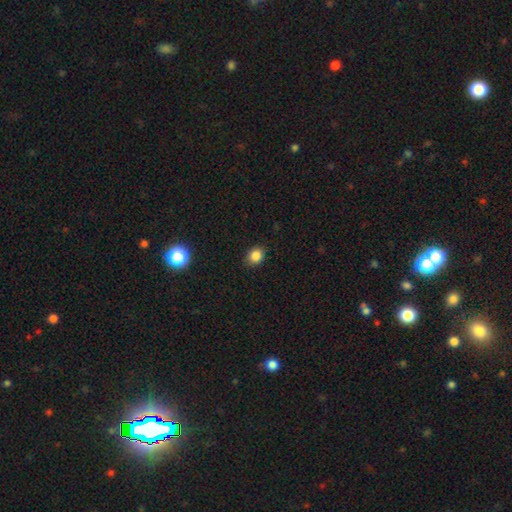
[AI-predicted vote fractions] Smooth or featured? Predicted: smooth (p=0.84). How rounded? Predicted: round (p=0.63). Merging? Predicted: none (p=0.88).